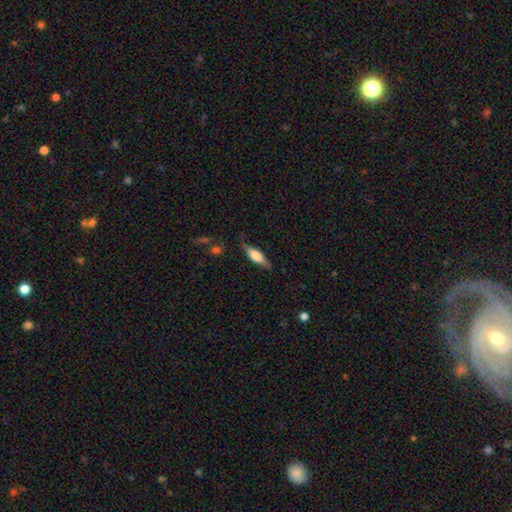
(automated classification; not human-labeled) Morphology: type=smooth (59%); roundness=in between (51%); merging=none (74%).